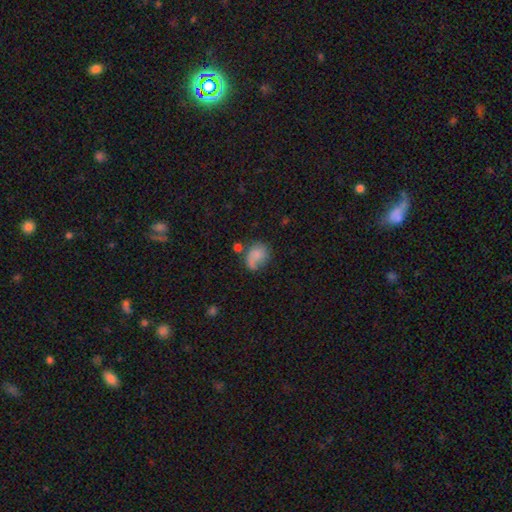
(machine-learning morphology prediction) Smooth or featured? smooth (68%)
How rounded? in between (55%)
Merging? none (43%)